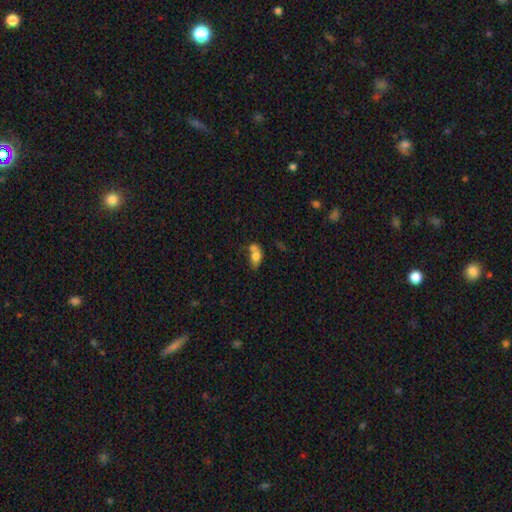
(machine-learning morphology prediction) This appears to be a smooth galaxy with no disk features (73%) that is in between round and cigar-shaped (83%). Merging: merger (44%).